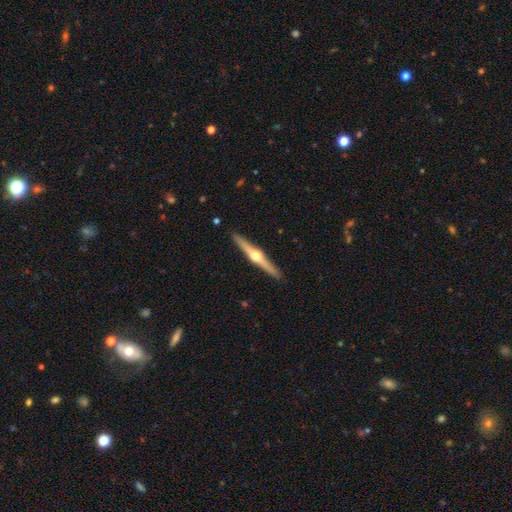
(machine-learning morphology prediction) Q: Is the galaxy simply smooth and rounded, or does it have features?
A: featured or disk — 78%.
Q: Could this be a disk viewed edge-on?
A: yes — 98%.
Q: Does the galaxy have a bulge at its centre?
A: rounded — 96%.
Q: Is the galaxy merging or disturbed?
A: none — 92%.